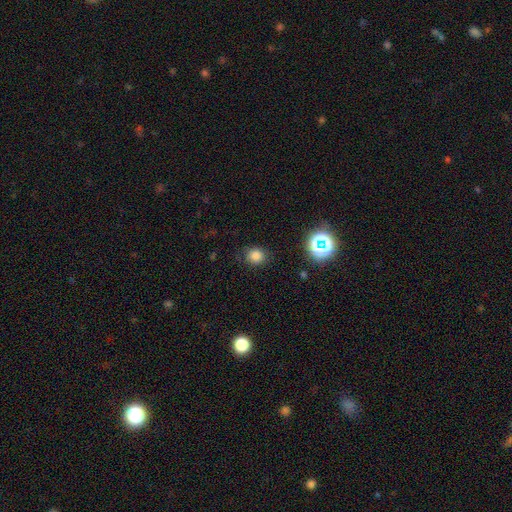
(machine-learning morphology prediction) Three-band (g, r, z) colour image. It shows a smooth galaxy with no disk features (78%) that is round (77%). Merging: none (83%).